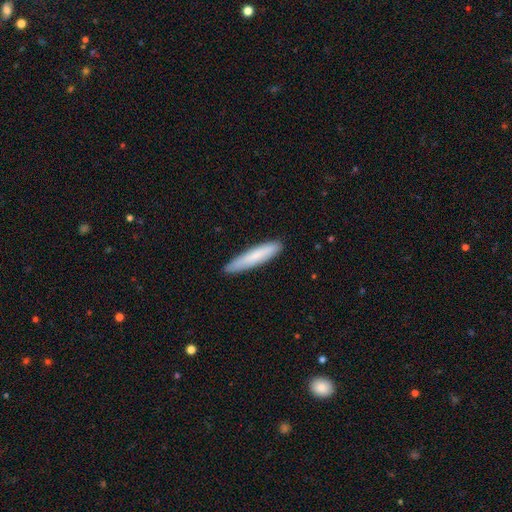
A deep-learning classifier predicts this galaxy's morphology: smooth 76%, featured or disk 18%, star or artifact 5%. Down the decision tree: how rounded — cigar-shaped (90%); merging — none (89%).